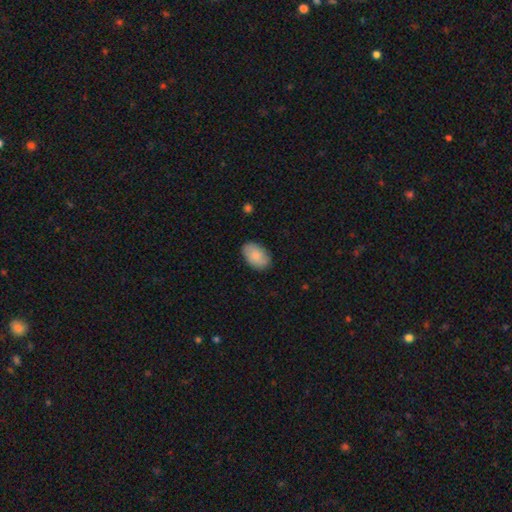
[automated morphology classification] A smooth galaxy with no disk features (79%) that is in between round and cigar-shaped (90%).

Vote fractions:
- Smooth or featured? smooth: 79% / featured or disk: 15% / star or artifact: 6%
- How rounded? in between: 90% / round: 9% / cigar-shaped: 1%
- Merging? none: 83% / minor disturbance: 13% / major disturbance: 3% / merger: 1%